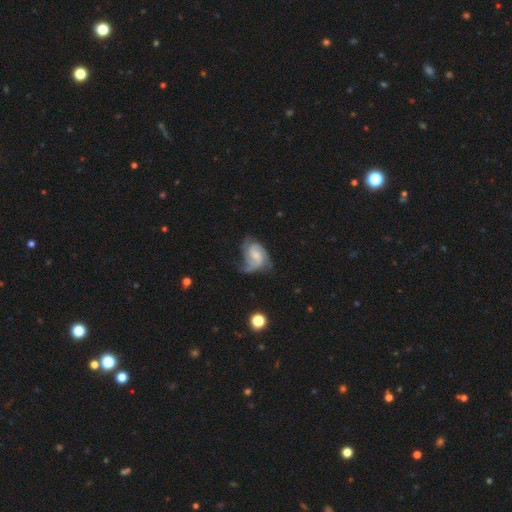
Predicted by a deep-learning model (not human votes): Smooth or featured? Predicted: featured or disk (p=0.77). Edge-on disk? Predicted: no (p=0.98). Bar? Predicted: weak (p=0.47). Spiral arms? Predicted: yes (p=0.94). Spiral winding? Predicted: medium (p=0.48). Spiral arm count? Predicted: 2 (p=0.46). Bulge size? Predicted: small (p=0.35). Merging? Predicted: none (p=0.42).